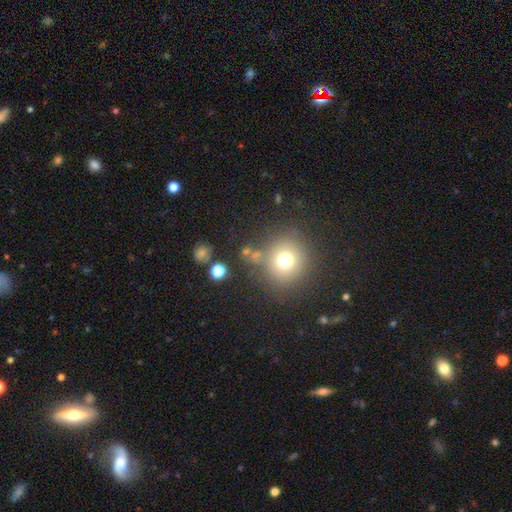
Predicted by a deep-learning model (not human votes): smooth 71%, star or artifact 18%, featured or disk 11%. Down the decision tree: how rounded — round (89%); merging — none (77%).